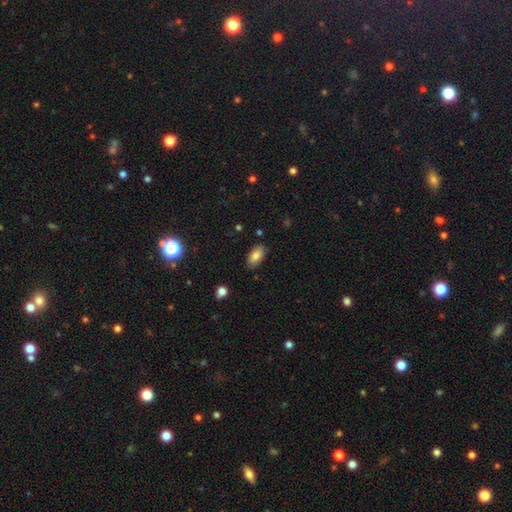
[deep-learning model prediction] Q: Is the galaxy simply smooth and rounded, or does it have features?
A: smooth — 81%.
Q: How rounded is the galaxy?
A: in between — 93%.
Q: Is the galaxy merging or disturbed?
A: none — 84%.